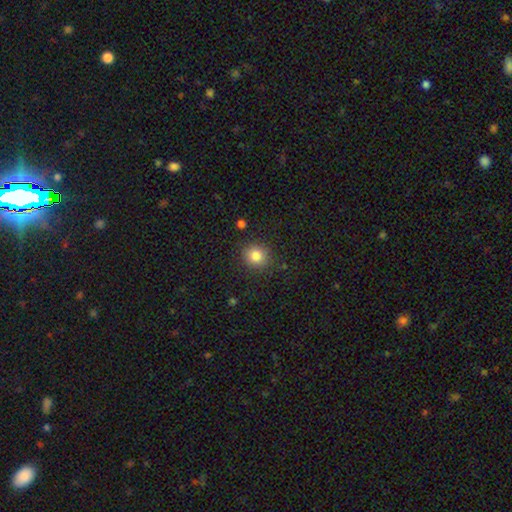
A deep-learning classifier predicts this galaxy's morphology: This appears to be a smooth galaxy with no disk features (83%) that is round (87%). Merging: none (88%).